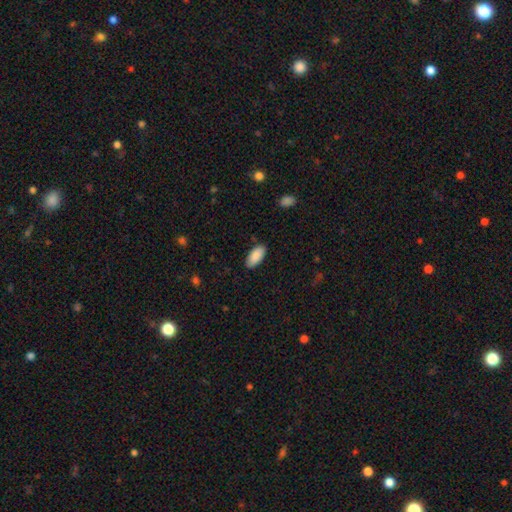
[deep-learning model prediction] smooth-or-featured: smooth: 90% | star or artifact: 6% | featured or disk: 5%
  how-rounded: in between: 92% | cigar-shaped: 7% | round: 2%
  merging: none: 87% | minor disturbance: 10% | major disturbance: 2% | merger: 1%